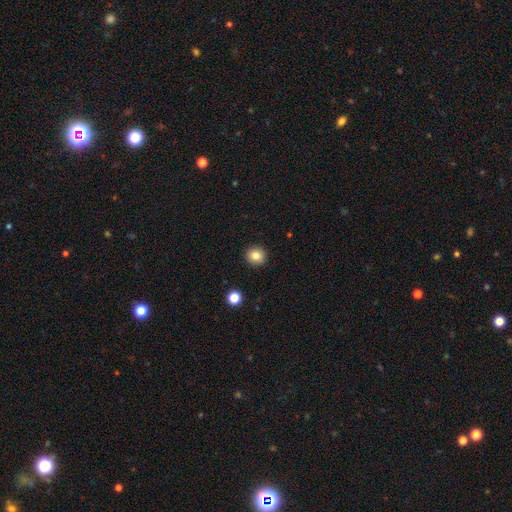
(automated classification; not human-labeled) Overall: smooth (83%). How rounded: round (89%). Merging: none (92%).